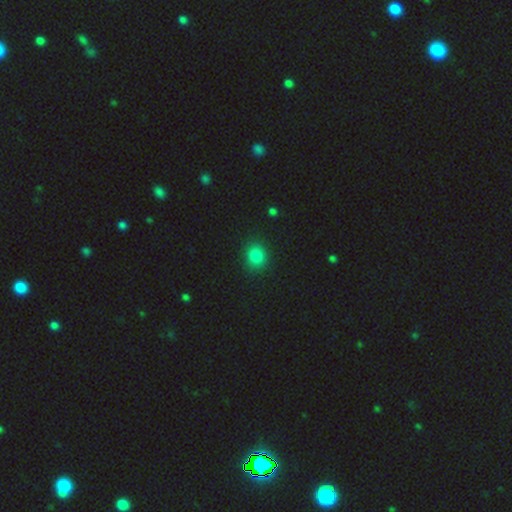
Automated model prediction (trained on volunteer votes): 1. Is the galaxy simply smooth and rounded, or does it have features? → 82% smooth, 13% star or artifact, 4% featured or disk.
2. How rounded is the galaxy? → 68% round, 31% in between, 1% cigar-shaped.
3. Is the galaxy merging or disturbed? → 88% none, 8% minor disturbance, 2% major disturbance, 1% merger.